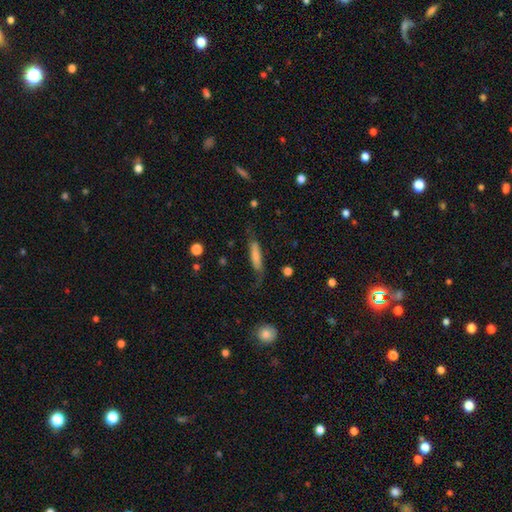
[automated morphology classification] A smooth galaxy with no disk features (65%) that is cigar-shaped (77%). Merging: none (55%).